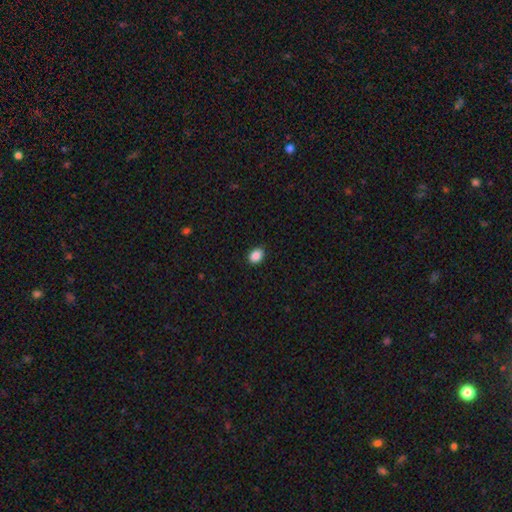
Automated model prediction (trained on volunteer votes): A smooth galaxy with no disk features (89%) that is in between round and cigar-shaped (69%). Merging: none (90%).